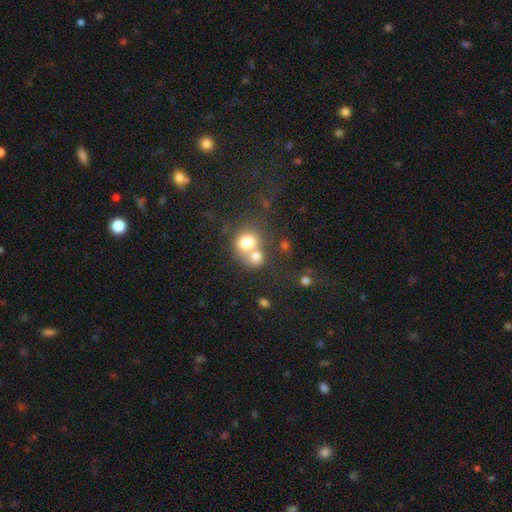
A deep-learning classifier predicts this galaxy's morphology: A smooth galaxy with no disk features (72%) that is round (68%). Merging: merger (62%).